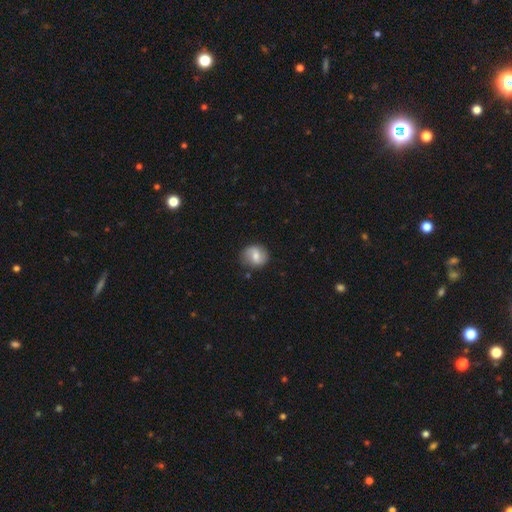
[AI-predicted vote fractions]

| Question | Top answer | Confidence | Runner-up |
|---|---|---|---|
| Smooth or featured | smooth | 57% | featured or disk (36%) |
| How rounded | round | 78% | in between (21%) |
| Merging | none | 80% | minor disturbance (15%) |